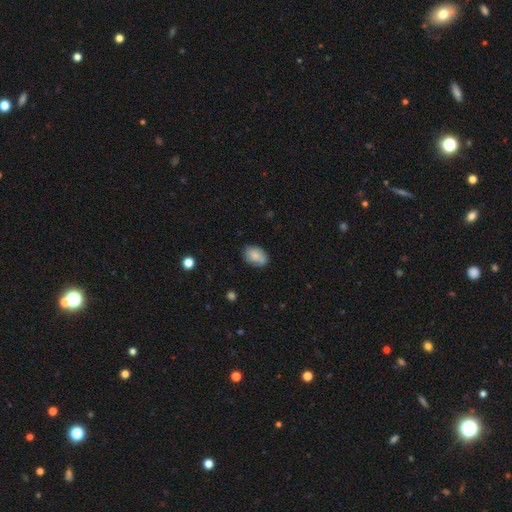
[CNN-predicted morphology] The model was most divided on "merging": none: 74%, minor disturbance: 21%, major disturbance: 4%, merger: 2%. More confident: how rounded — in between (84%); smooth or featured — smooth (78%).